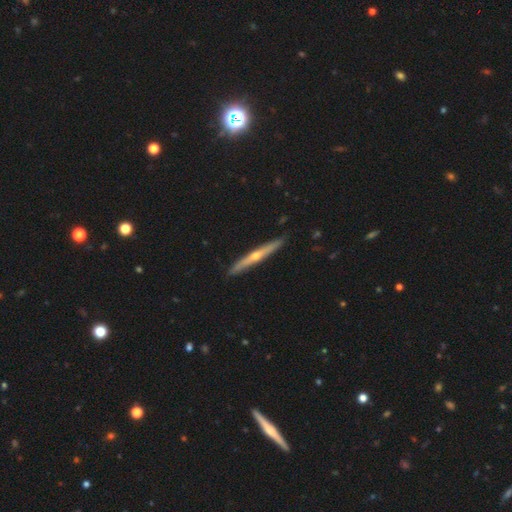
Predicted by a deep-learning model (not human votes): Overall: featured or disk (67%; smooth 28%). Edge-on disk: yes (96%). Edge-on bulge: rounded (79%). Merging: none (90%).